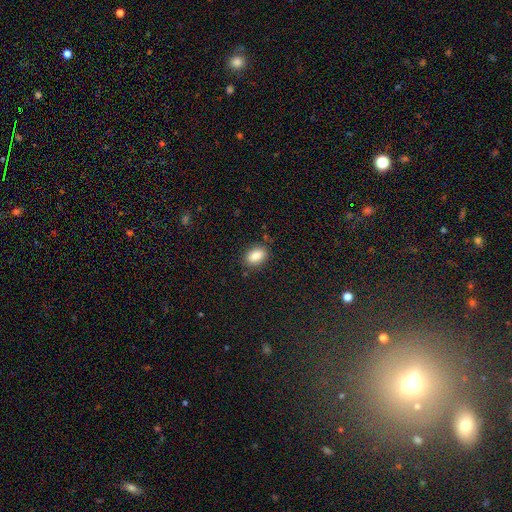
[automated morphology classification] A smooth galaxy with no disk features (86%) that is in between round and cigar-shaped (86%).

Vote fractions:
- Smooth or featured? smooth: 86% / star or artifact: 8% / featured or disk: 6%
- How rounded? in between: 86% / round: 12% / cigar-shaped: 2%
- Merging? none: 84% / minor disturbance: 11% / major disturbance: 3% / merger: 2%